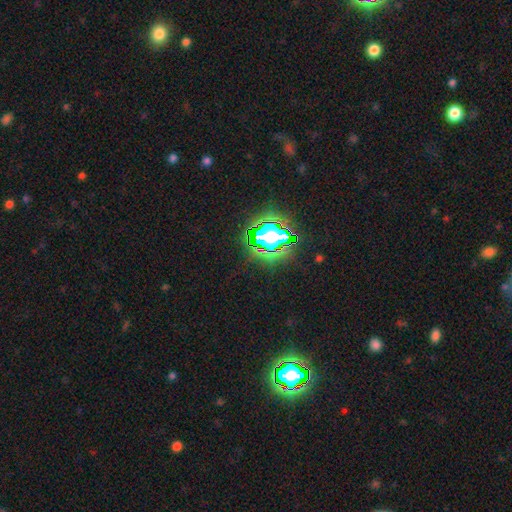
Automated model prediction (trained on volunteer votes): Q: Smooth or featured?
A: star or artifact (83%); runner-up: smooth (11%)